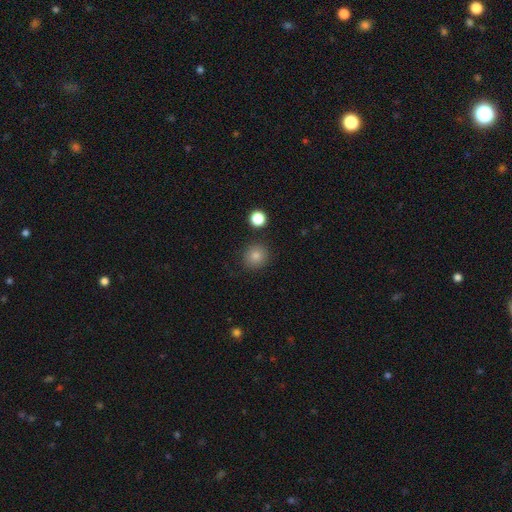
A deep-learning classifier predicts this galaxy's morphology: A smooth galaxy with no disk features (83%) that is round (88%). Merging: none (86%).